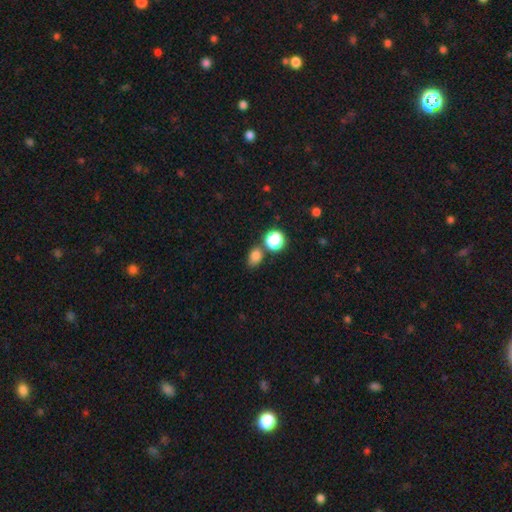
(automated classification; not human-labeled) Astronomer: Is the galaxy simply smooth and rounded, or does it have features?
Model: smooth — 79%.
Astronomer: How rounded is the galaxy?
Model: in between — 55% (runner-up: round, 43%).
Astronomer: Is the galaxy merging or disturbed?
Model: none — 63%.